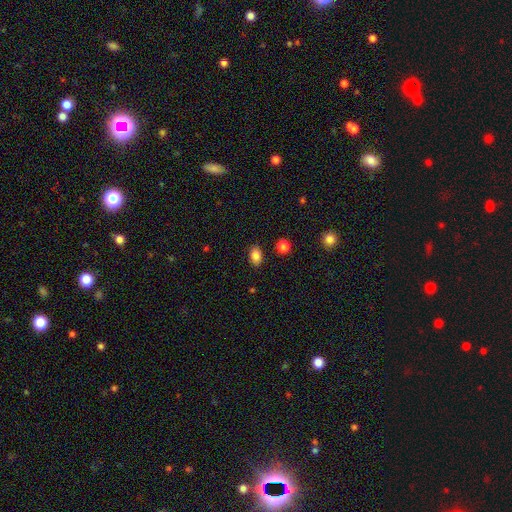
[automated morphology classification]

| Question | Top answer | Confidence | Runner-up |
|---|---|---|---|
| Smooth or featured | smooth | 85% | star or artifact (10%) |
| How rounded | in between | 81% | round (17%) |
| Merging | none | 87% | minor disturbance (9%) |